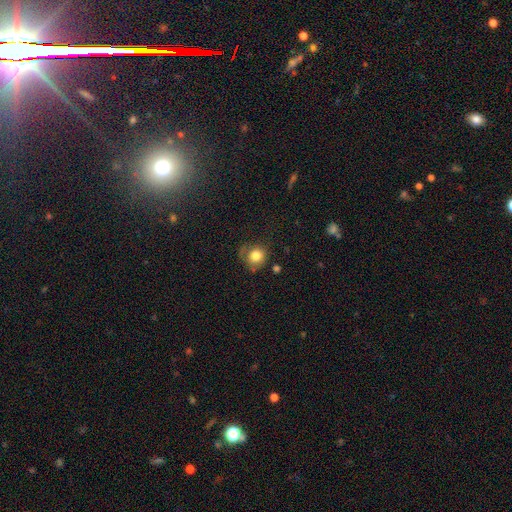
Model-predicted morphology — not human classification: Smooth or featured? Predicted: smooth (p=0.79). How rounded? Predicted: round (p=0.83). Merging? Predicted: none (p=0.58).